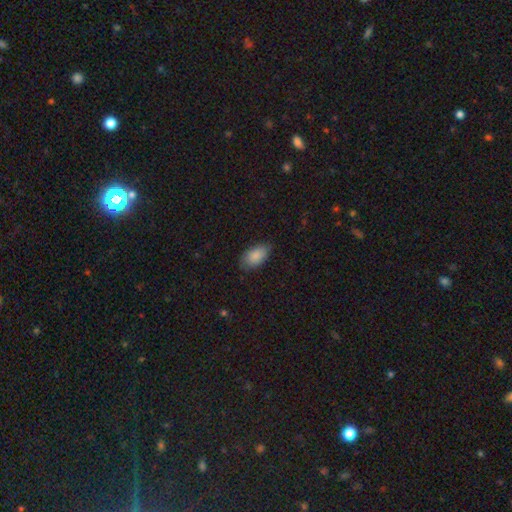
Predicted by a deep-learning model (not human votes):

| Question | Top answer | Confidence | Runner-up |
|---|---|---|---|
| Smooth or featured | smooth | 87% | star or artifact (7%) |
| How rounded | in between | 93% | round (4%) |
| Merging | none | 77% | minor disturbance (19%) |